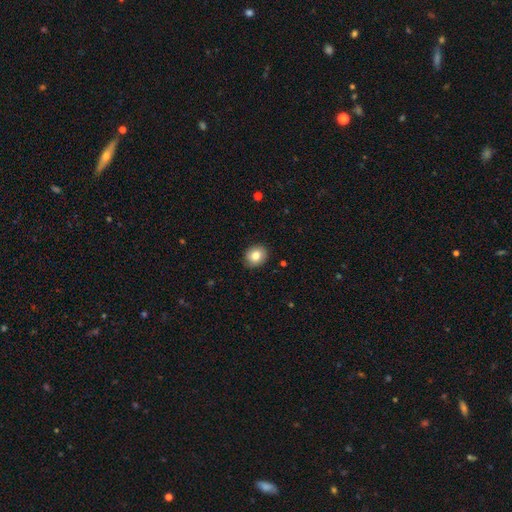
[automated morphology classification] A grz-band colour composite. It shows a smooth galaxy with no disk features (82%) that is round (67%). Merging: none (90%).